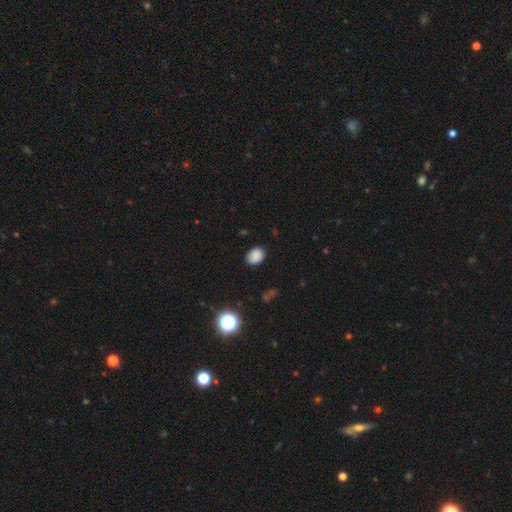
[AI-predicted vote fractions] Smooth or featured? smooth (85%)
How rounded? in between (68%)
Merging? none (85%)